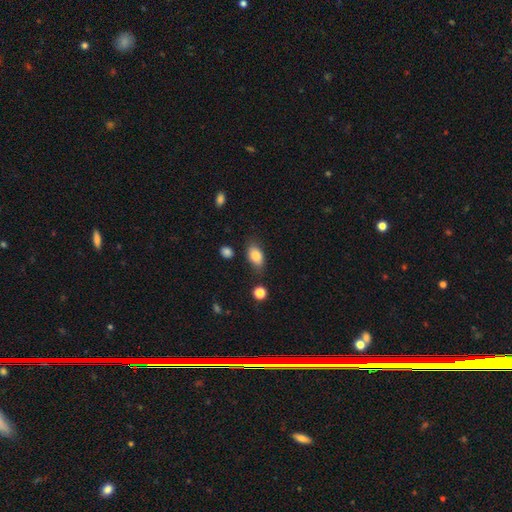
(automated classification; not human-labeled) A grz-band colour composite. It shows a smooth galaxy with no disk features (83%) that is in between round and cigar-shaped (87%). Merging: none (74%).